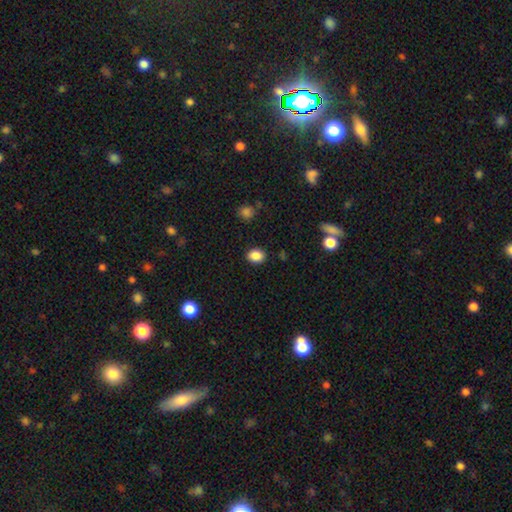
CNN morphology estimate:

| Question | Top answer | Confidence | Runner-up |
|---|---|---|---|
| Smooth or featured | smooth | 87% | star or artifact (10%) |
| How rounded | in between | 55% | round (44%) |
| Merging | none | 88% | minor disturbance (8%) |